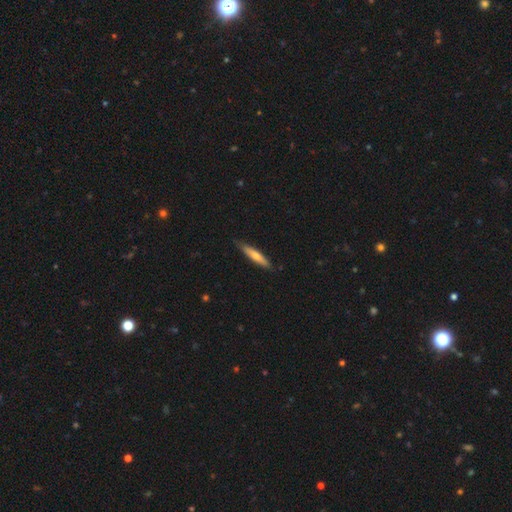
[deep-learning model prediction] Q: Smooth or featured?
A: smooth (59%); runner-up: featured or disk (35%)
Q: How rounded?
A: cigar-shaped (87%); runner-up: in between (11%)
Q: Merging?
A: none (83%); runner-up: minor disturbance (14%)